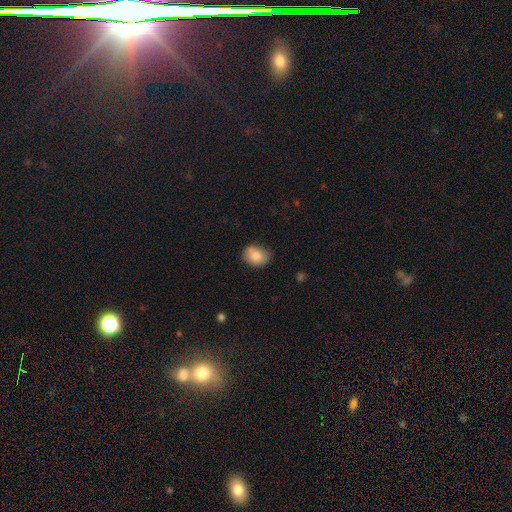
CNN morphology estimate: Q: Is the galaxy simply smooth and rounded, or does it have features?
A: smooth — 82%.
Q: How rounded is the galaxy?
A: in between — 63%.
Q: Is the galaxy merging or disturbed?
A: none — 71%.